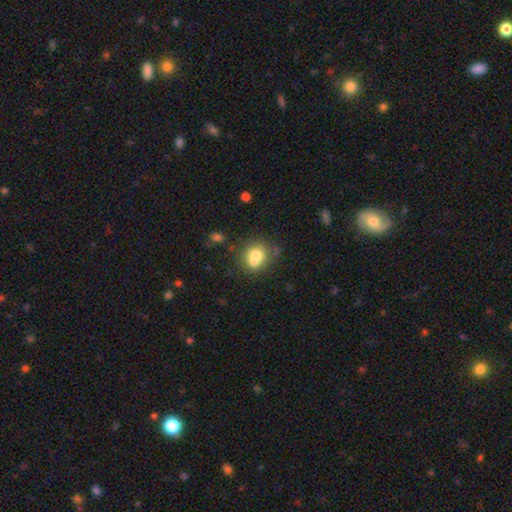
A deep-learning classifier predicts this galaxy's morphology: smooth 72%, featured or disk 17%, star or artifact 11%. Down the decision tree: how rounded — round (70%); merging — none (46%).